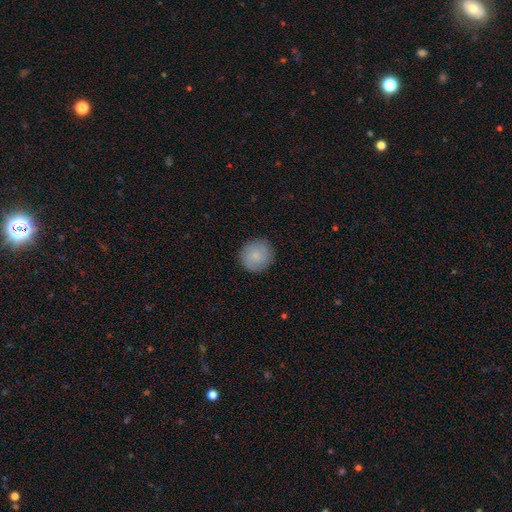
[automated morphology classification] A smooth galaxy with no disk features (79%) that is round (94%).

Vote fractions:
- Smooth or featured? smooth: 79% / featured or disk: 14% / star or artifact: 7%
- How rounded? round: 94% / in between: 5% / cigar-shaped: 1%
- Merging? none: 89% / minor disturbance: 8% / major disturbance: 2% / merger: 1%